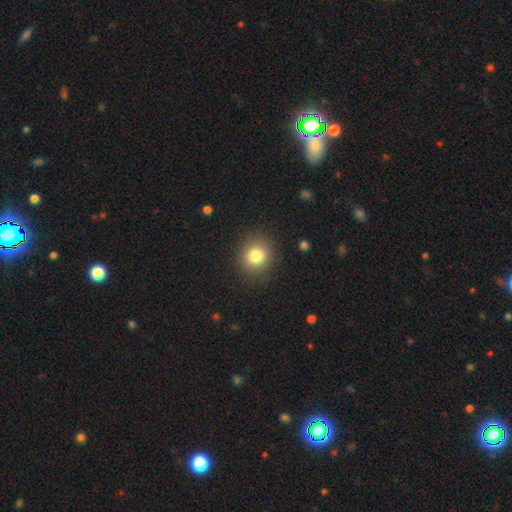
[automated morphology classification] A smooth galaxy with no disk features (82%) that is round (84%).

Vote fractions:
- Smooth or featured? smooth: 82% / star or artifact: 11% / featured or disk: 7%
- How rounded? round: 84% / in between: 15% / cigar-shaped: 1%
- Merging? none: 88% / minor disturbance: 8% / major disturbance: 3% / merger: 1%